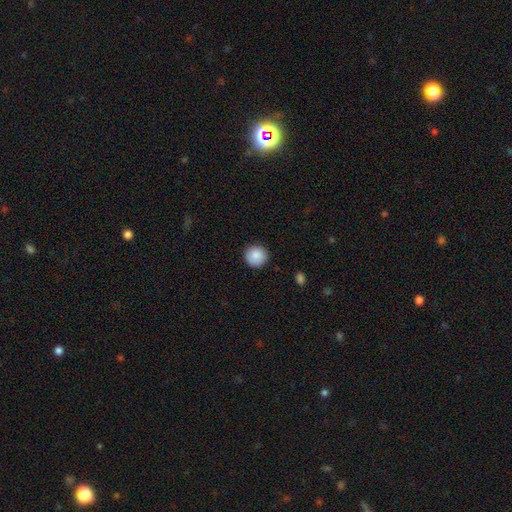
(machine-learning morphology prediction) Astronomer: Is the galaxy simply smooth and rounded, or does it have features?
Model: smooth — 88%.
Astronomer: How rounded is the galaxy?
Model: round — 94%.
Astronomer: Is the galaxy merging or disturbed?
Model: none — 90%.